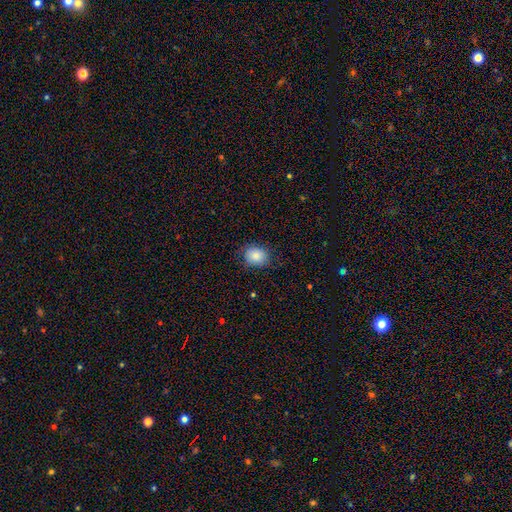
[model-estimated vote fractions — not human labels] Morphology: type=smooth (84%); roundness=round (55%); merging=none (80%).